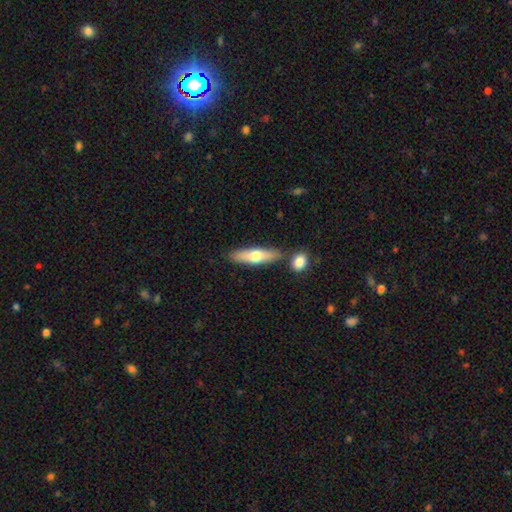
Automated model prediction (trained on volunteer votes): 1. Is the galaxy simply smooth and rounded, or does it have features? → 60% smooth, 35% featured or disk, 5% star or artifact.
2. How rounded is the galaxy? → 64% cigar-shaped, 34% in between, 3% round.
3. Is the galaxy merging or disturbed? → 77% none, 10% merger, 10% minor disturbance, 2% major disturbance.